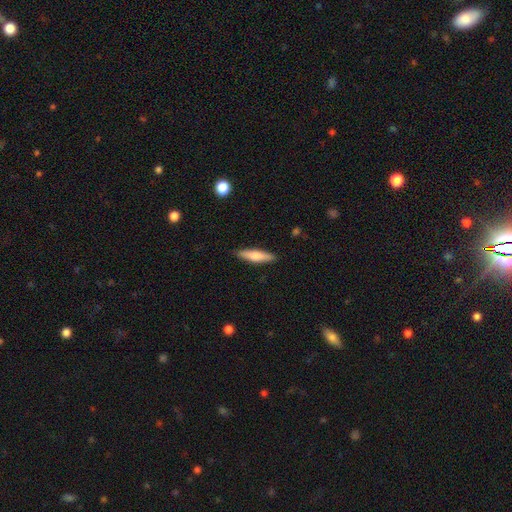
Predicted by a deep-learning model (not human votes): Smooth or featured?
  - smooth: 66% *
  - featured or disk: 28%
  - star or artifact: 5%
How rounded?
  - cigar-shaped: 75% *
  - in between: 23%
  - round: 2%
Merging?
  - none: 89% *
  - minor disturbance: 8%
  - major disturbance: 2%
  - merger: 1%